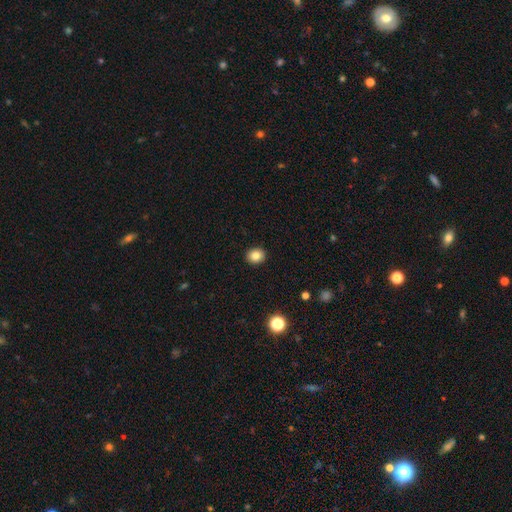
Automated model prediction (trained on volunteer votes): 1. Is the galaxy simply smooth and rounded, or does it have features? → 83% smooth, 10% star or artifact, 6% featured or disk.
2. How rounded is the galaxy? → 70% round, 29% in between, 1% cigar-shaped.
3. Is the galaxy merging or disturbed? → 92% none, 5% minor disturbance, 2% major disturbance, 1% merger.